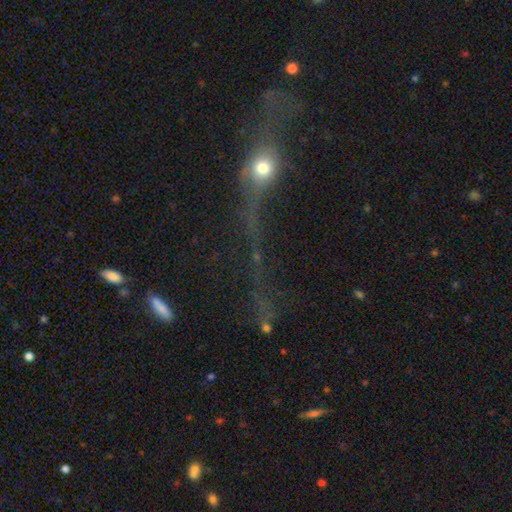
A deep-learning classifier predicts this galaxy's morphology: Overall: featured or disk (42%; star or artifact 32%). Merging: major disturbance (38%; none 37%).